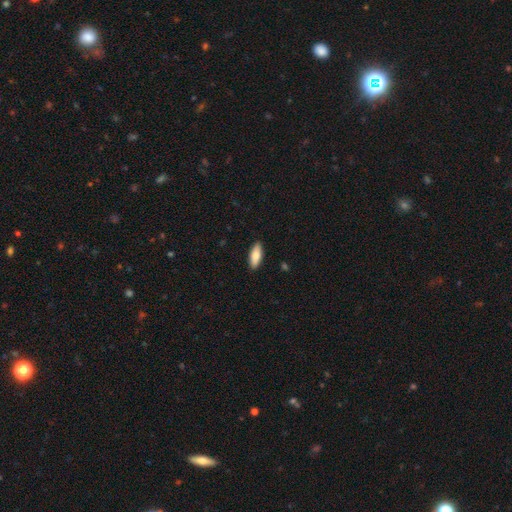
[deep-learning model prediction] smooth-or-featured: smooth: 79% | featured or disk: 15% | star or artifact: 6%
  how-rounded: in between: 73% | cigar-shaped: 25% | round: 2%
  merging: none: 90% | minor disturbance: 7% | major disturbance: 1% | merger: 1%